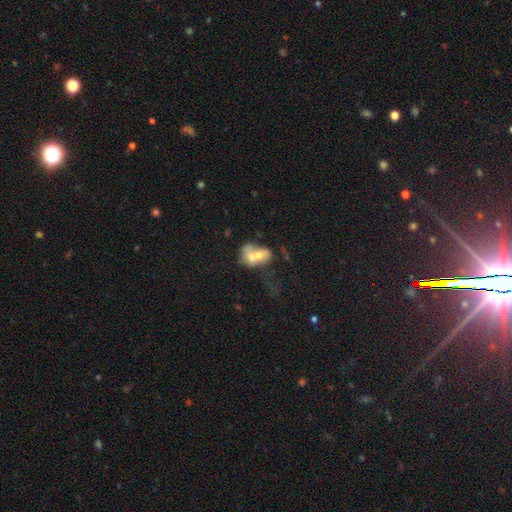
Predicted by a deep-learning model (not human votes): A smooth galaxy with no disk features (57%) that is in between round and cigar-shaped (65%).

Vote fractions:
- Smooth or featured? smooth: 57% / featured or disk: 34% / star or artifact: 9%
- How rounded? in between: 65% / round: 34% / cigar-shaped: 1%
- Merging? merger: 74% / none: 12% / major disturbance: 8% / minor disturbance: 7%